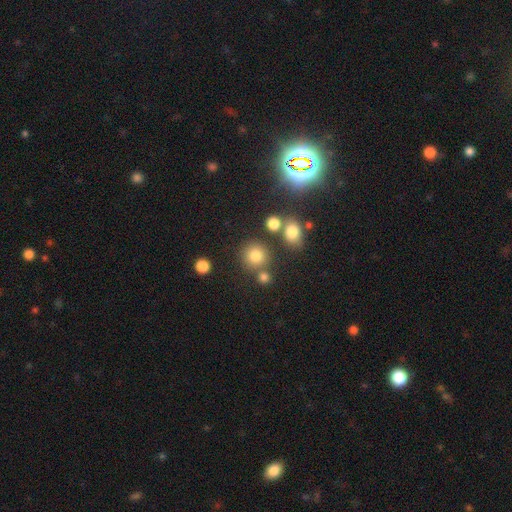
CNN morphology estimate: Smooth or featured? Predicted: smooth (p=0.77). How rounded? Predicted: round (p=0.89). Merging? Predicted: none (p=0.73).